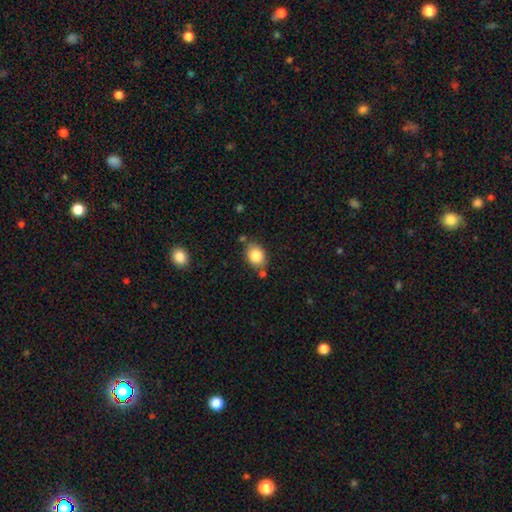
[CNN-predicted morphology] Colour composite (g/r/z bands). It shows a smooth galaxy with no disk features (84%) that is in between round and cigar-shaped (67%). Merging: none (74%).